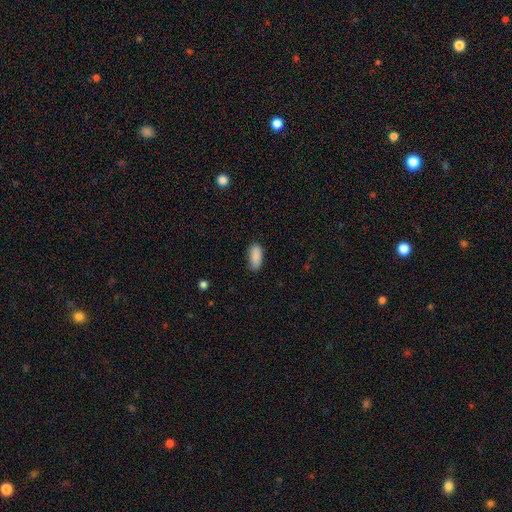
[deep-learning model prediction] A smooth galaxy with no disk features (90%) that is in between round and cigar-shaped (88%).

Vote fractions:
- Smooth or featured? smooth: 90% / star or artifact: 7% / featured or disk: 4%
- How rounded? in between: 88% / cigar-shaped: 10% / round: 2%
- Merging? none: 83% / minor disturbance: 14% / major disturbance: 3% / merger: 1%